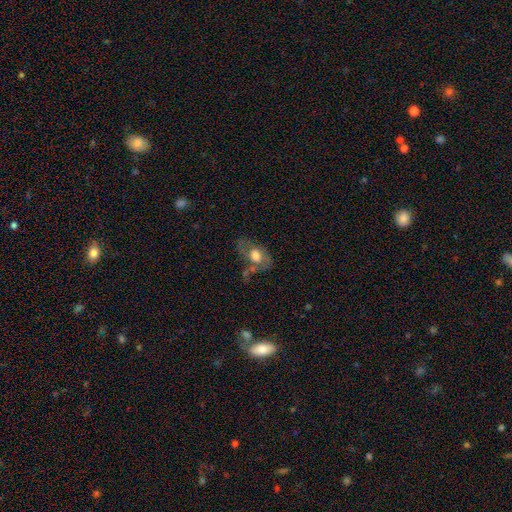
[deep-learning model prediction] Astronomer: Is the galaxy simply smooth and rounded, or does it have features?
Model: smooth — 51% (runner-up: featured or disk, 41%).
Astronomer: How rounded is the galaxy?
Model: in between — 82%.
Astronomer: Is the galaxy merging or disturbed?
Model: none — 43% (runner-up: minor disturbance, 25%).